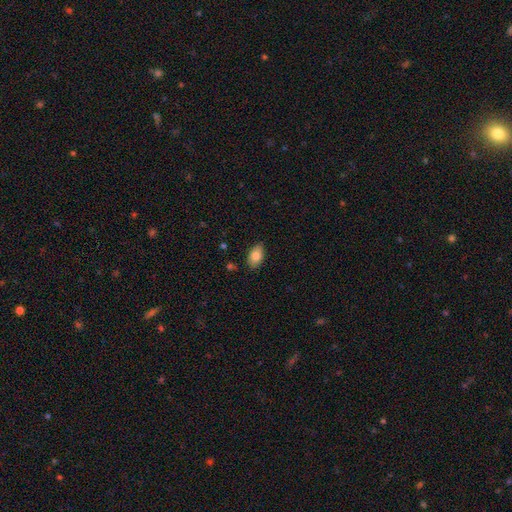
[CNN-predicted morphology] This appears to be a smooth galaxy with no disk features (83%) that is in between round and cigar-shaped (91%). Merging: none (83%).